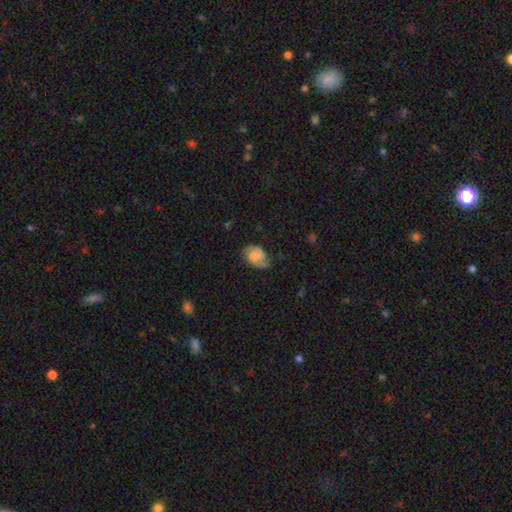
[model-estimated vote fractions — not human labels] Morphology: type=smooth (47%); merging=none (53%).